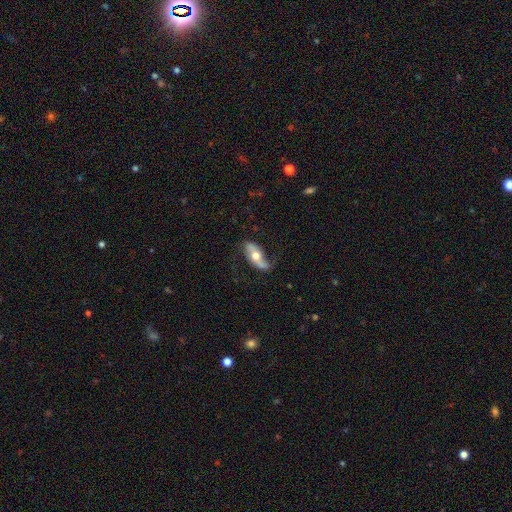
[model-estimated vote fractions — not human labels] This is likely a featured or disk galaxy (67%). It is likely not viewed edge-on (80%). Bar: possibly no (54%). Spiral arm pattern: clearly yes (84%). Central bulge: likely moderate (72%). Merging: likely none (65%).